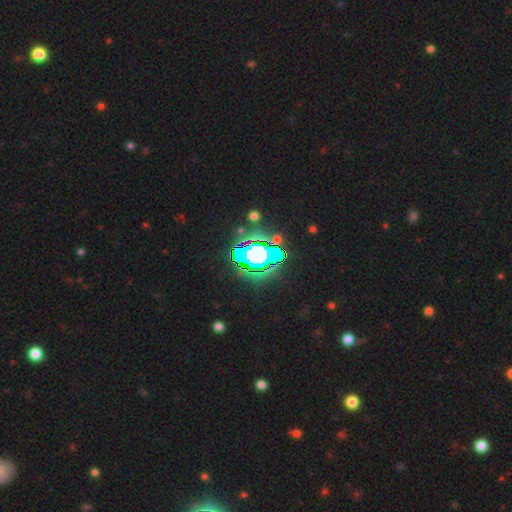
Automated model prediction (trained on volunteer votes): This appears to be a star or artifact, not a galaxy (59%).